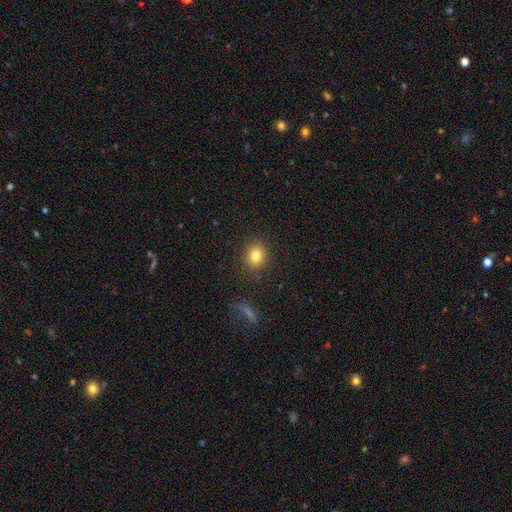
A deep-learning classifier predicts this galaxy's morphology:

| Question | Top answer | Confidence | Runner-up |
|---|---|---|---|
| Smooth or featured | smooth | 80% | star or artifact (11%) |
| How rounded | round | 76% | in between (23%) |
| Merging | none | 87% | minor disturbance (8%) |